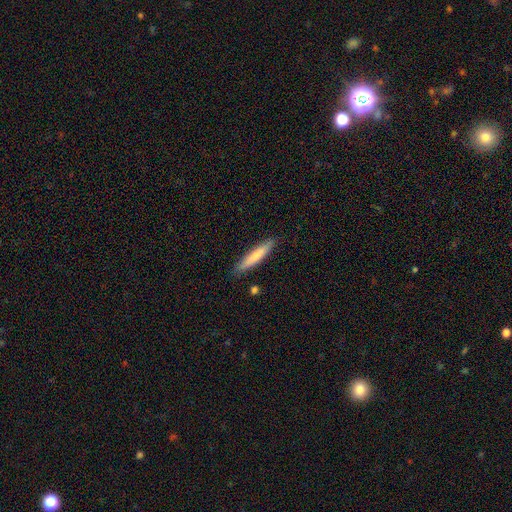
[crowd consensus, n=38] smooth_or_featured: smooth (p=0.68) [alt: featured or disk p=0.24]
how_rounded: cigar-shaped (p=0.88) [alt: in between p=0.08]
merging: none (p=0.86) [alt: minor disturbance p=0.11]